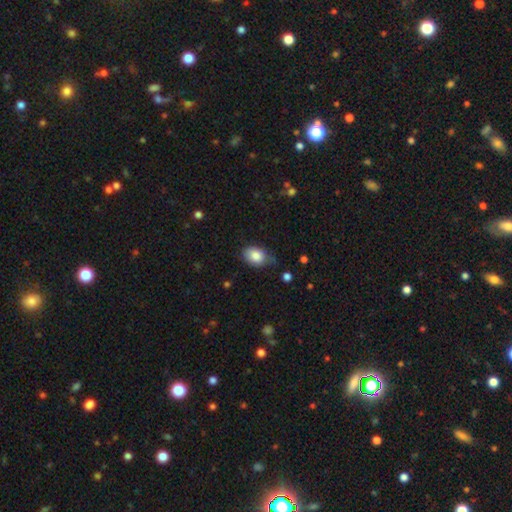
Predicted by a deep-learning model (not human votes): Q: Smooth or featured?
A: smooth (84%); runner-up: featured or disk (8%)
Q: How rounded?
A: in between (76%); runner-up: round (23%)
Q: Merging?
A: none (66%); runner-up: minor disturbance (28%)